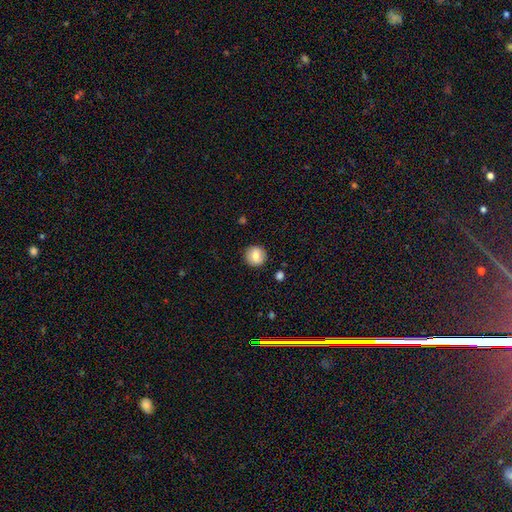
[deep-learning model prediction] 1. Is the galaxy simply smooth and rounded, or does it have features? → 78% smooth, 14% featured or disk, 8% star or artifact.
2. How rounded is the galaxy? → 93% round, 6% in between, 1% cigar-shaped.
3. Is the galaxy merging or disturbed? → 90% none, 7% minor disturbance, 2% major disturbance, 1% merger.